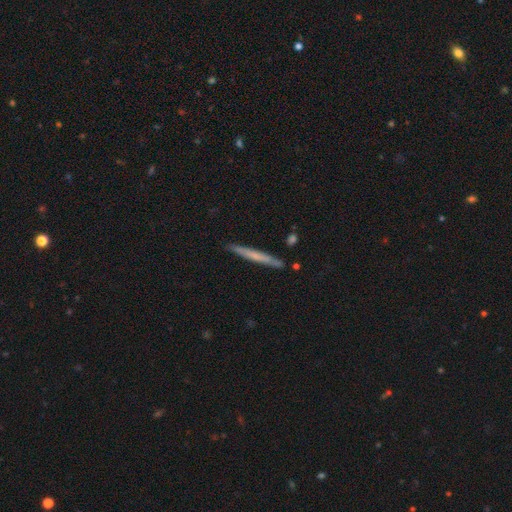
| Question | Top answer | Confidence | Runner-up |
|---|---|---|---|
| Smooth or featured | featured or disk | 54% | smooth (44%) |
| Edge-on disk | yes | 76% | no (24%) |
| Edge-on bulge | none | 88% | boxy (12%) |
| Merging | none | 87% | minor disturbance (11%) |